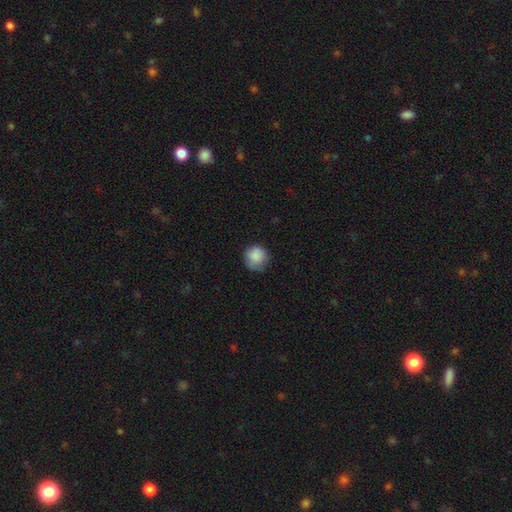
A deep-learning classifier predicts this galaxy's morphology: Overall: smooth (87%). How rounded: round (92%). Merging: none (75%).